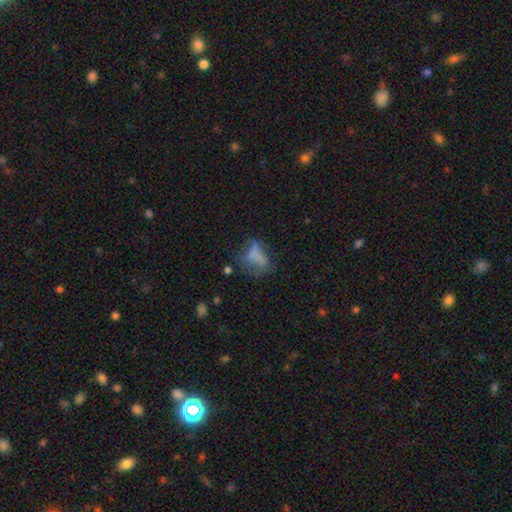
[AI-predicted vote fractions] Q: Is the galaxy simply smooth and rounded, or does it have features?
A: smooth — 55%.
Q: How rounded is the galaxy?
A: in between — 72%.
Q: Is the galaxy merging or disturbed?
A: major disturbance — 36%.